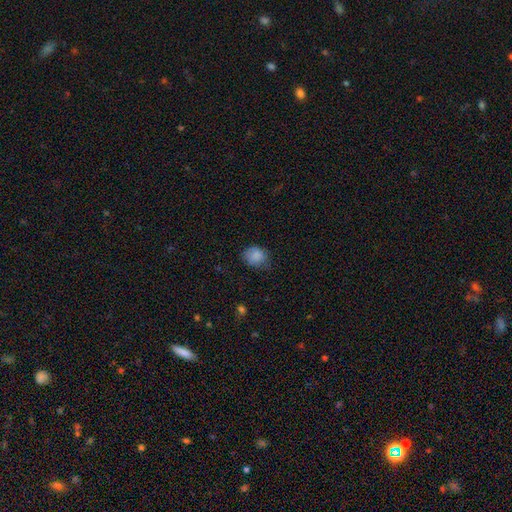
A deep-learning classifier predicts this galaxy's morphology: smooth-or-featured: smooth: 86% | star or artifact: 9% | featured or disk: 5%
  how-rounded: round: 60% | in between: 39% | cigar-shaped: 1%
  merging: none: 67% | minor disturbance: 26% | major disturbance: 6% | merger: 1%